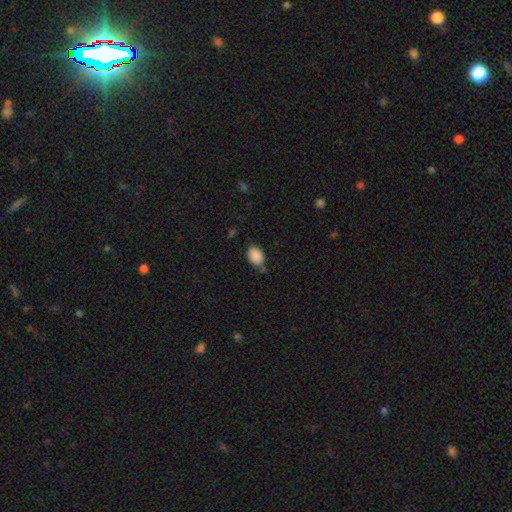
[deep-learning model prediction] Morphology: type=smooth (89%); roundness=in between (82%); merging=none (70%).